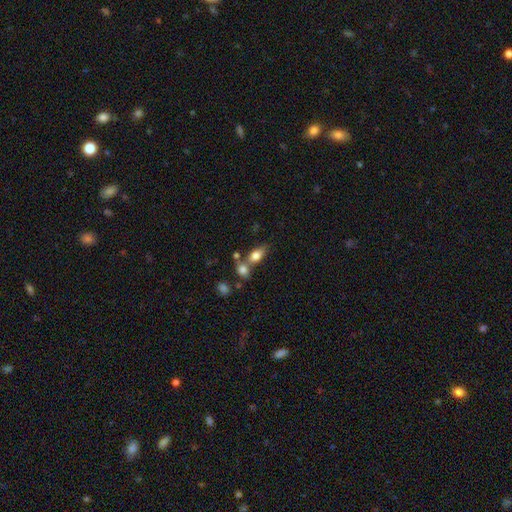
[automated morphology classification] A smooth galaxy with no disk features (77%) that is in between round and cigar-shaped (81%). Merging: none (44%).